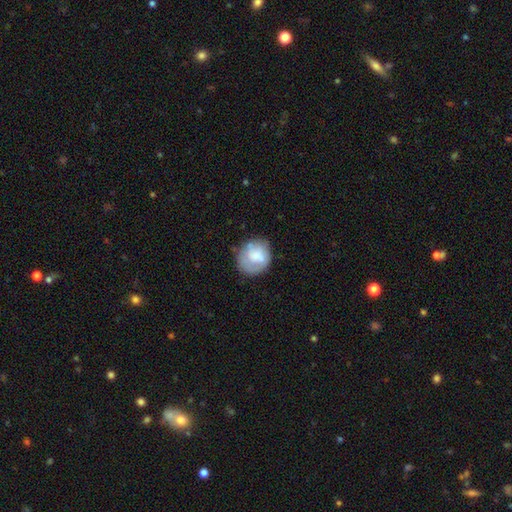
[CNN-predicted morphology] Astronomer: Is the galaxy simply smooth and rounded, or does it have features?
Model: smooth — 65%.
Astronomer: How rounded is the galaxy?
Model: round — 76%.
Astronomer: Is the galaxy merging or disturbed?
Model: none — 60%.